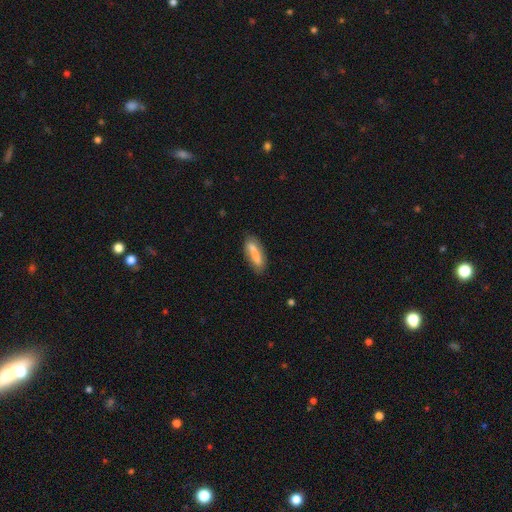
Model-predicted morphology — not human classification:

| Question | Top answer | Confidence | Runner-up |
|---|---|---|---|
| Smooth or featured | smooth | 74% | featured or disk (19%) |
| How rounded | cigar-shaped | 58% | in between (40%) |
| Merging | none | 75% | minor disturbance (18%) |